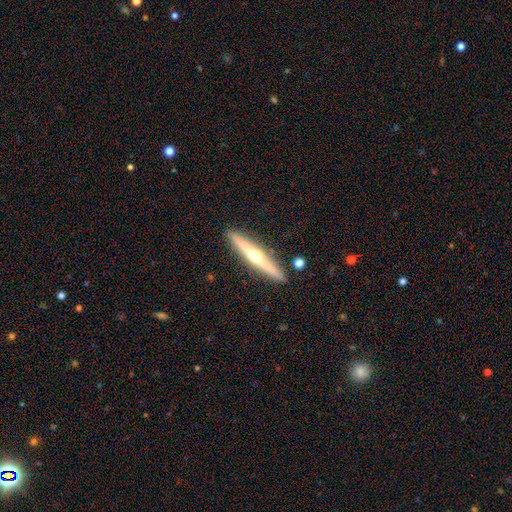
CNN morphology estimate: Smooth or featured: featured or disk — 65% (smooth — 29%)
Edge-on disk: yes — 97% (no — 3%)
Edge-on bulge: rounded — 90% (none — 7%)
Merging: none — 90% (minor disturbance — 7%)